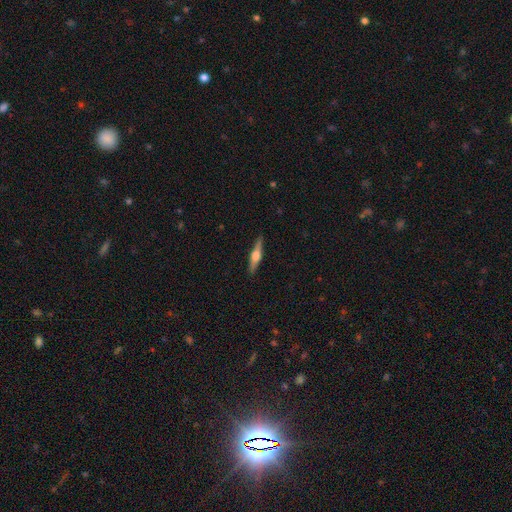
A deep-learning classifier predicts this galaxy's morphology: The model was most divided on "smooth or featured": featured or disk: 69%, smooth: 25%, star or artifact: 6%. More confident: edge-on disk — yes (97%); edge-on bulge — rounded (91%); merging — none (90%).